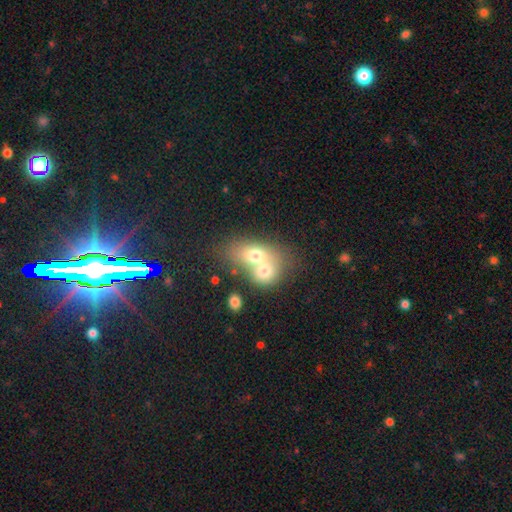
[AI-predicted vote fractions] Overall: smooth (66%). How rounded: in between (64%; round 34%). Merging: merger (72%).